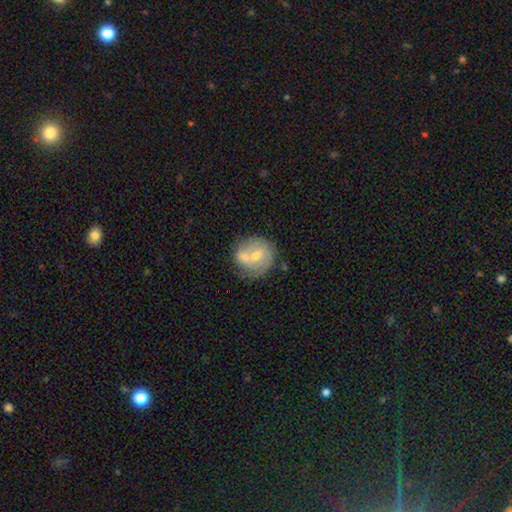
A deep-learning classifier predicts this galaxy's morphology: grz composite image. It shows a smooth galaxy with no disk features (49%). Merging: none (41%).